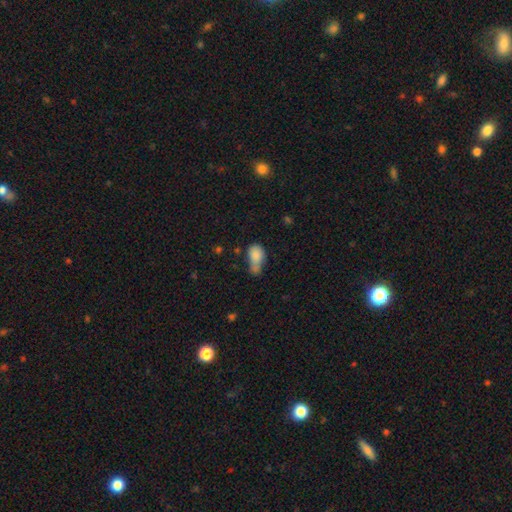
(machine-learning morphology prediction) Smooth or featured? Predicted: smooth (p=0.80). How rounded? Predicted: in between (p=0.82). Merging? Predicted: minor disturbance (p=0.29, tied with merger).